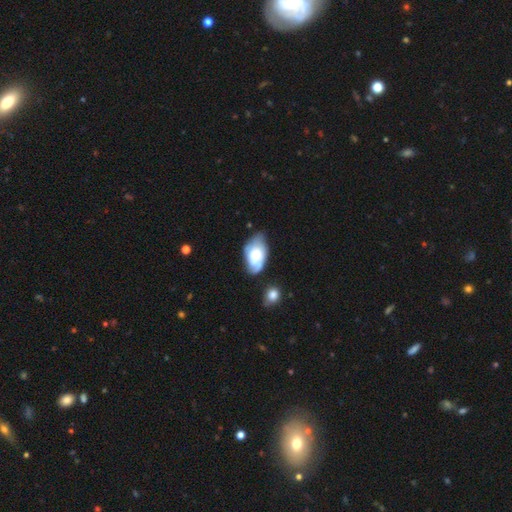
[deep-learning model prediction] This is possibly a featured or disk galaxy (48%). Merging: possibly none (52%).